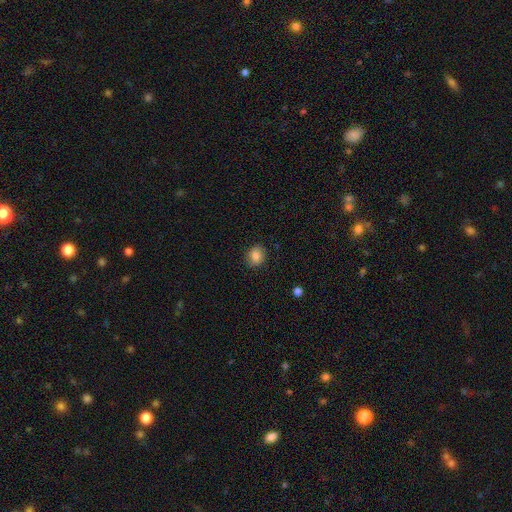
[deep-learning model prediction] Morphology: type=smooth (85%); roundness=round (59%); merging=none (86%).